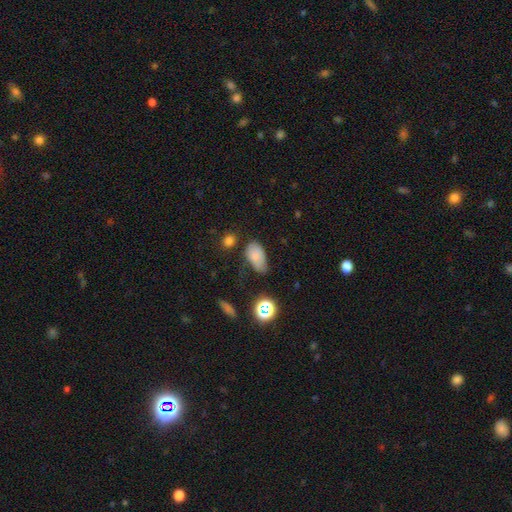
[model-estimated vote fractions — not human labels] smooth-or-featured: smooth: 76% | featured or disk: 12% | star or artifact: 12%
  how-rounded: in between: 91% | round: 6% | cigar-shaped: 2%
  merging: none: 46% | minor disturbance: 38% | major disturbance: 11% | merger: 5%